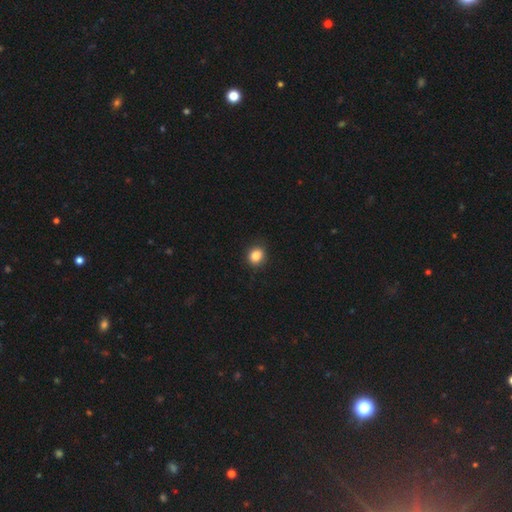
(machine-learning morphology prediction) smooth-or-featured: smooth: 86% | star or artifact: 10% | featured or disk: 4%
  how-rounded: round: 73% | in between: 26% | cigar-shaped: 1%
  merging: none: 88% | minor disturbance: 9% | major disturbance: 2% | merger: 1%